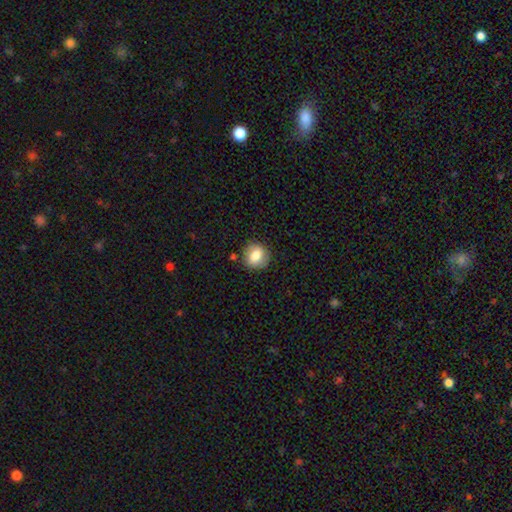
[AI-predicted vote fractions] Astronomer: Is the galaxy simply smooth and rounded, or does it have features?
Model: smooth — 82%.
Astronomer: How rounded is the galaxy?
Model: round — 78%.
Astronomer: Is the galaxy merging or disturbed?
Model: none — 84%.